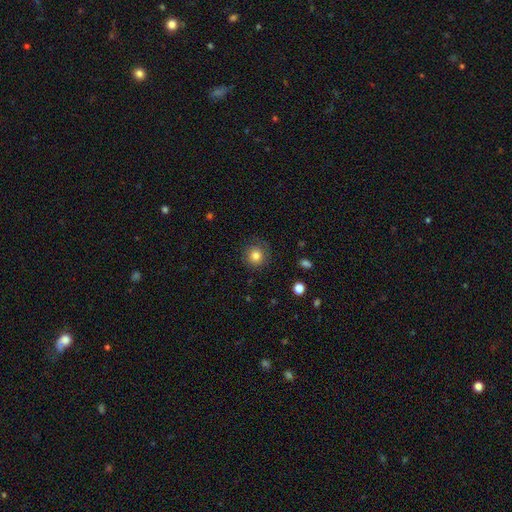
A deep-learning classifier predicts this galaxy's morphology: smooth-or-featured: smooth: 80% | star or artifact: 11% | featured or disk: 9%
  how-rounded: round: 93% | in between: 6% | cigar-shaped: 1%
  merging: none: 83% | minor disturbance: 12% | major disturbance: 4% | merger: 1%